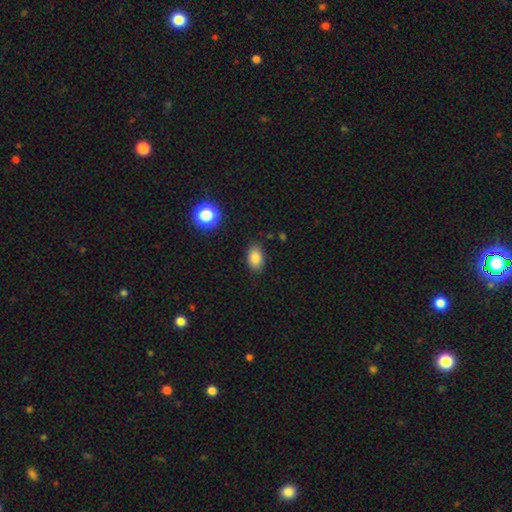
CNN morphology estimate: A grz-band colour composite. It shows a smooth galaxy with no disk features (84%) that is in between round and cigar-shaped (87%). Merging: none (85%).